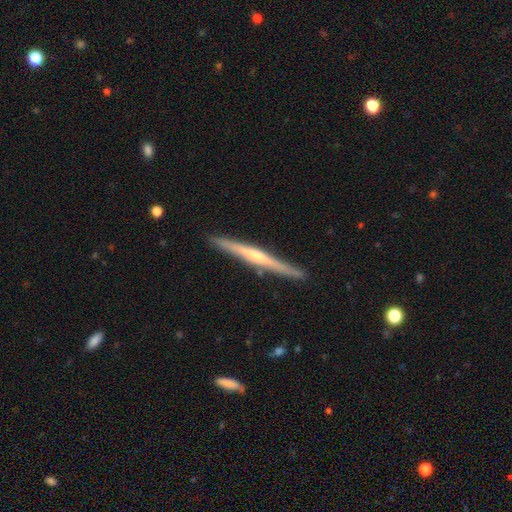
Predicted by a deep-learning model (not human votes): Overall: featured or disk (77%). Edge-on disk: yes (98%). Edge-on bulge: rounded (73%). Merging: none (91%).